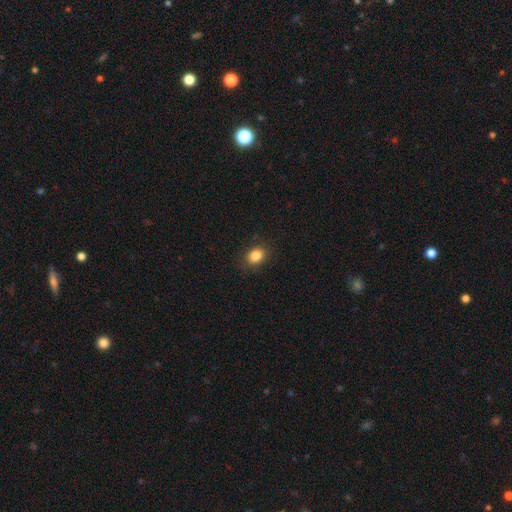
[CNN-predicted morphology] This is clearly a smooth galaxy (86%). How rounded: likely in between (62%). Merging: clearly none (85%).